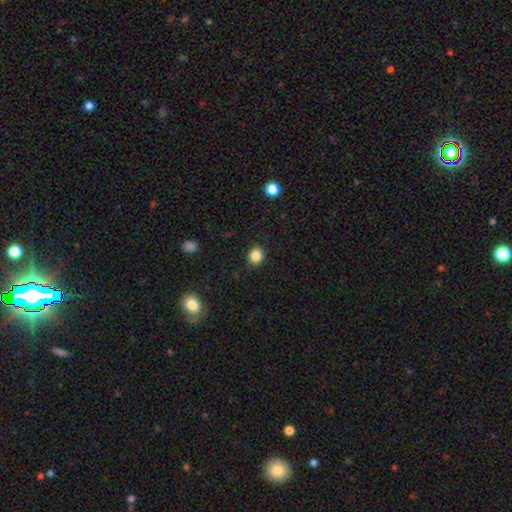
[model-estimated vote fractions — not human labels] Smooth or featured? Predicted: smooth (p=0.85). How rounded? Predicted: round (p=0.77). Merging? Predicted: none (p=0.90).